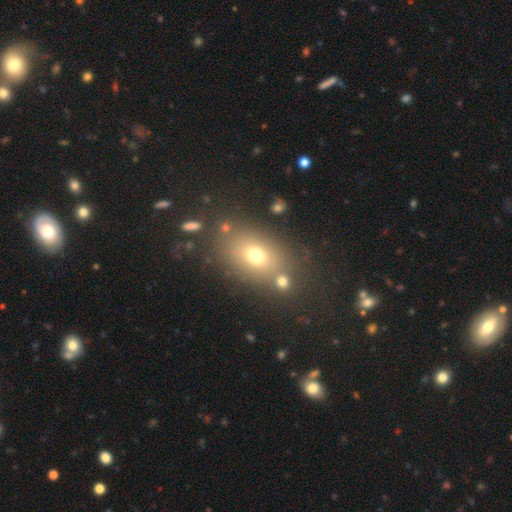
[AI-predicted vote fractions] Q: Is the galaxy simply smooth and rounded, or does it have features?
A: smooth — 69%.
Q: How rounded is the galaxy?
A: in between — 71%.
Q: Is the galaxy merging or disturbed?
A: none — 73%.